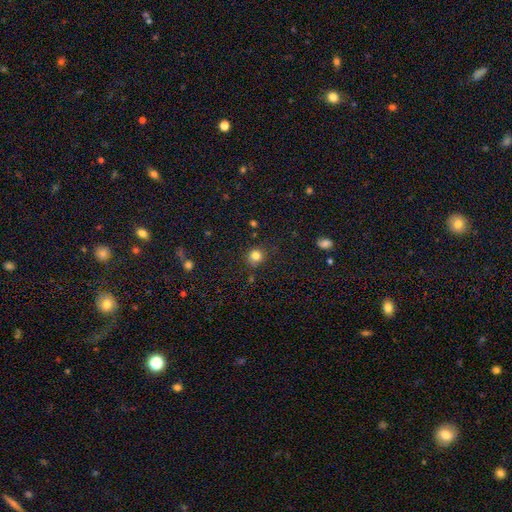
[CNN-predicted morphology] The model was most divided on "smooth or featured": smooth: 82%, star or artifact: 12%, featured or disk: 5%. More confident: how rounded — round (88%); merging — none (85%).